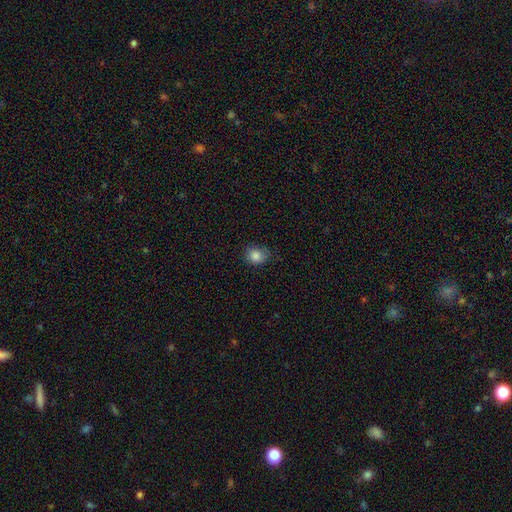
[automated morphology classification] Smooth or featured: smooth — 85% (star or artifact — 10%)
How rounded: round — 68% (in between — 31%)
Merging: none — 71% (minor disturbance — 23%)